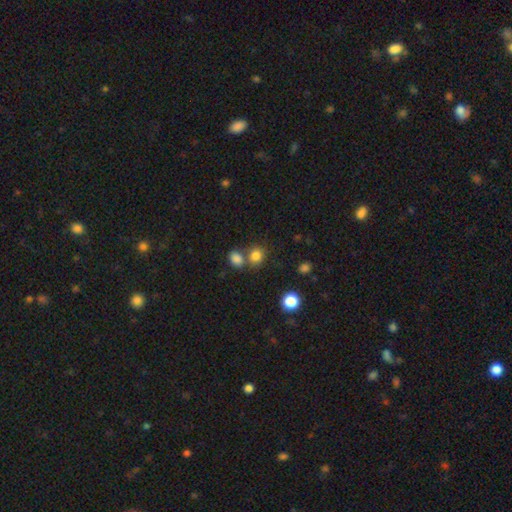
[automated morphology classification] smooth 81%, star or artifact 13%, featured or disk 6%. Down the decision tree: how rounded — round (72%); merging — none (56%).